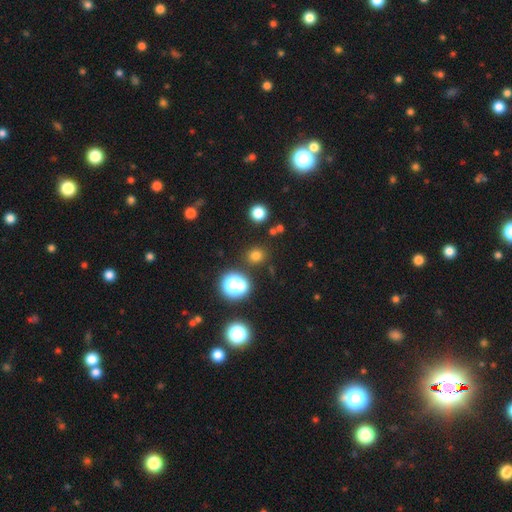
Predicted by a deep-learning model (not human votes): The model was most divided on "smooth or featured": smooth: 71%, star or artifact: 24%, featured or disk: 5%. More confident: merging — none (86%); how rounded — round (85%).